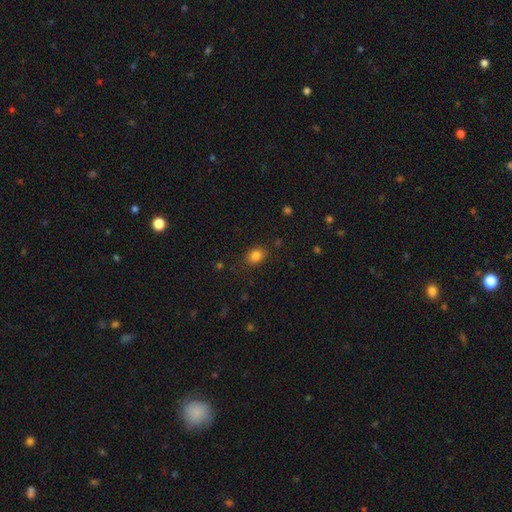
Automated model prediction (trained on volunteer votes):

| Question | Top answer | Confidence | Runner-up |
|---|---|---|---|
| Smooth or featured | smooth | 83% | star or artifact (11%) |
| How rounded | in between | 59% | round (40%) |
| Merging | none | 83% | minor disturbance (12%) |